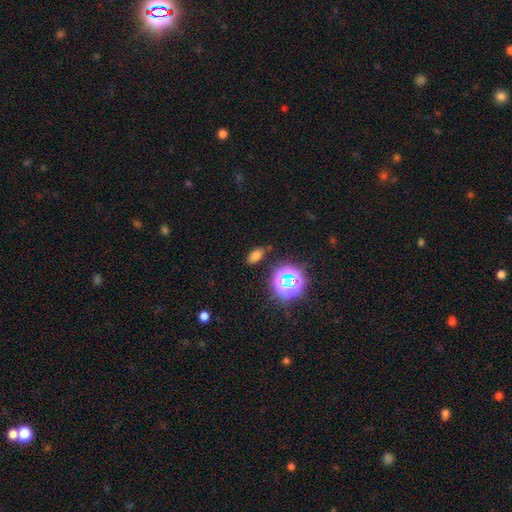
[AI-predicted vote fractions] A smooth galaxy with no disk features (67%) that is in between round and cigar-shaped (87%). Merging: none (82%).